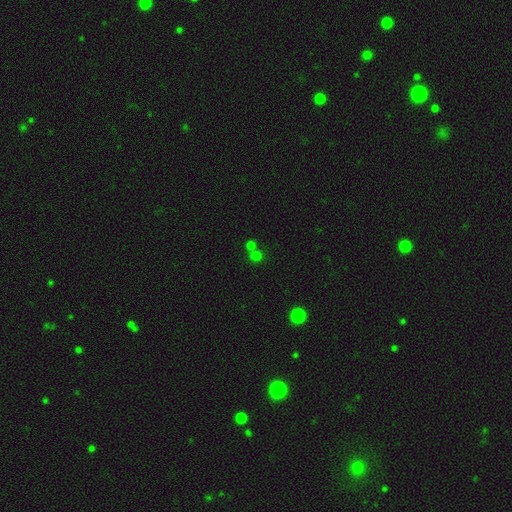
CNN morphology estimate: smooth 62%, star or artifact 30%, featured or disk 8%. Down the decision tree: how rounded — round (89%); merging — none (58%).